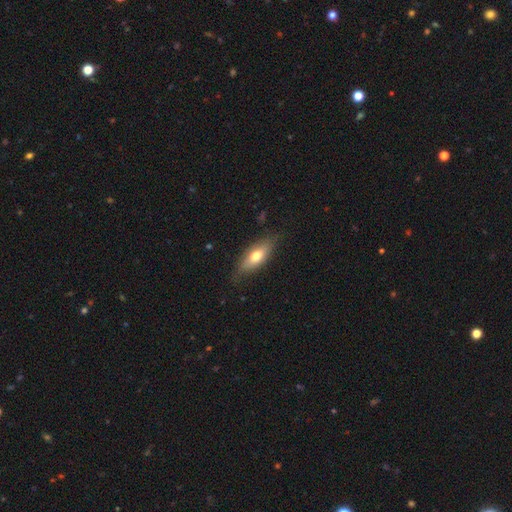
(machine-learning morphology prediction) Smooth or featured: smooth — 64% (featured or disk — 30%)
How rounded: in between — 69% (cigar-shaped — 28%)
Merging: none — 78% (minor disturbance — 17%)